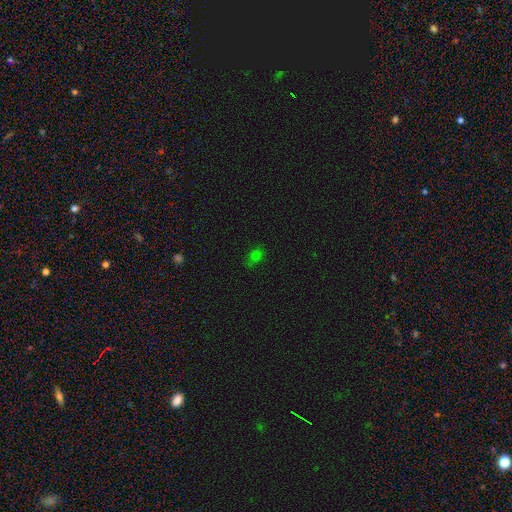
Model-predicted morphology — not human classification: This is likely a smooth galaxy (68%). How rounded: likely in between (66%). Merging: likely none (74%).